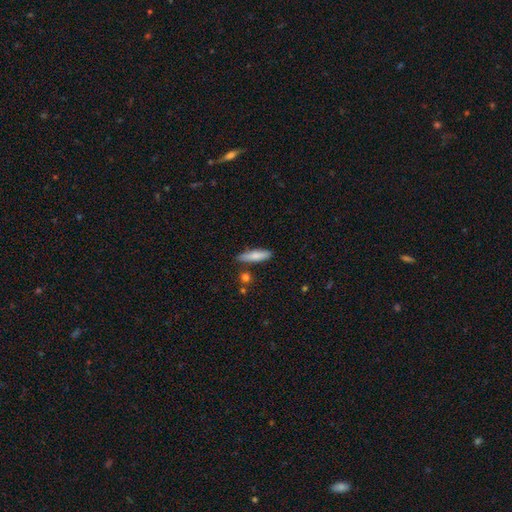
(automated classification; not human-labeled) Smooth or featured: smooth — 79% (featured or disk — 15%)
How rounded: cigar-shaped — 73% (in between — 25%)
Merging: none — 79% (minor disturbance — 14%)